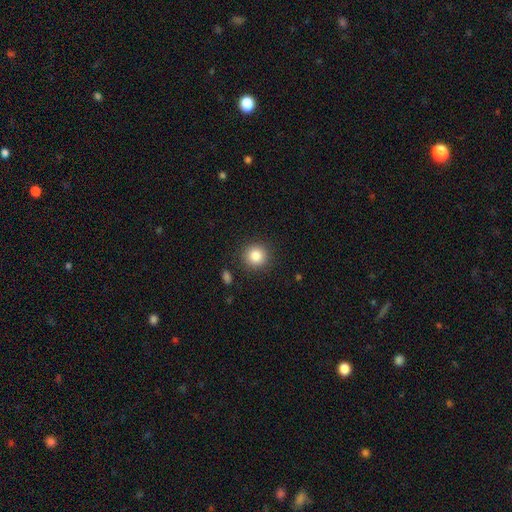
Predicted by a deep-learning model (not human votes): Smooth or featured? Predicted: smooth (p=0.85). How rounded? Predicted: round (p=0.92). Merging? Predicted: none (p=0.89).